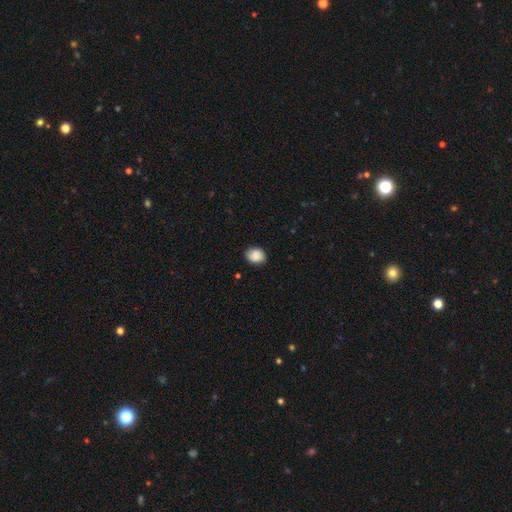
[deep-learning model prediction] Overall: smooth (87%). How rounded: round (51%; in between 48%). Merging: none (84%).